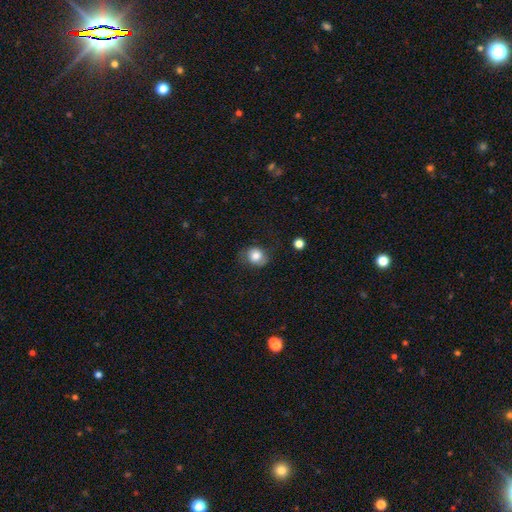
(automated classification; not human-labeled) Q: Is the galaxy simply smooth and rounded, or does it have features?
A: smooth — 78%.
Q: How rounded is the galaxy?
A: round — 68%.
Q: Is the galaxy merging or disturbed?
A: none — 65%.